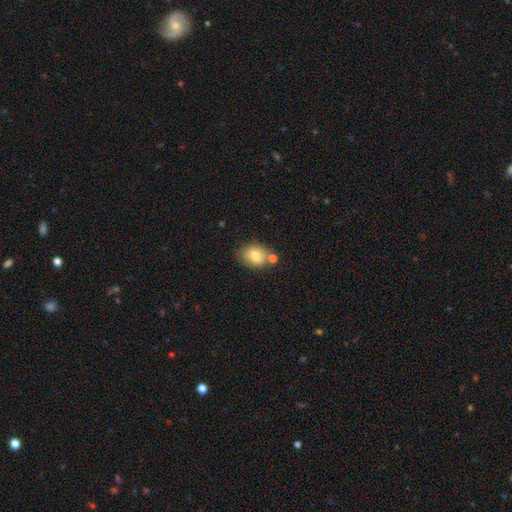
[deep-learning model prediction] Smooth or featured?
  - smooth: 78% *
  - featured or disk: 13%
  - star or artifact: 9%
How rounded?
  - in between: 57% *
  - round: 42%
  - cigar-shaped: 1%
Merging?
  - none: 66% *
  - merger: 16%
  - minor disturbance: 14%
  - major disturbance: 3%